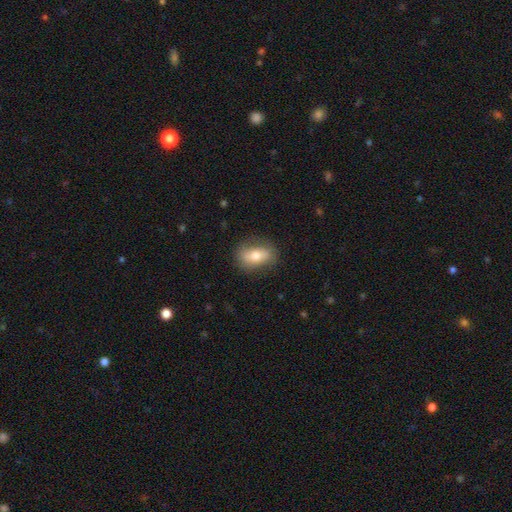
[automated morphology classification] type=smooth (67%); roundness=in between (81%); merging=none (81%).